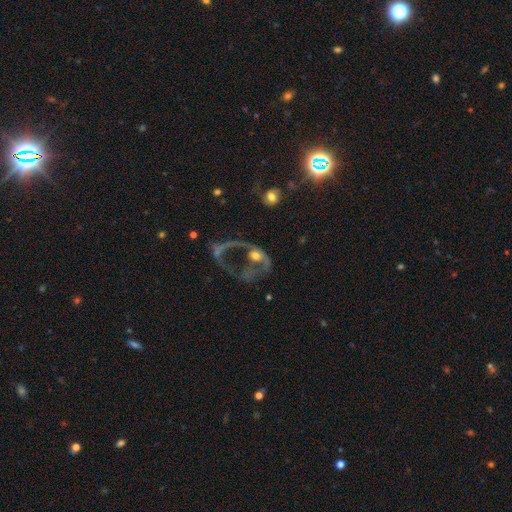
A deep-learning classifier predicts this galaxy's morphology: Overall: featured or disk (59%; smooth 28%). Edge-on disk: no (94%). Bar: no (84%). Spiral arms: no (69%; yes 31%). Bulge size: moderate (55%; small 24%). Merging: major disturbance (58%; none 20%).